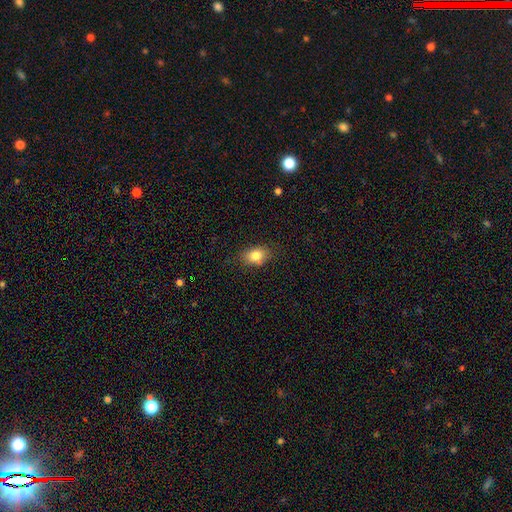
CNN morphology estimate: Smooth or featured: smooth — 82% (star or artifact — 9%)
How rounded: in between — 75% (round — 24%)
Merging: none — 81% (minor disturbance — 14%)